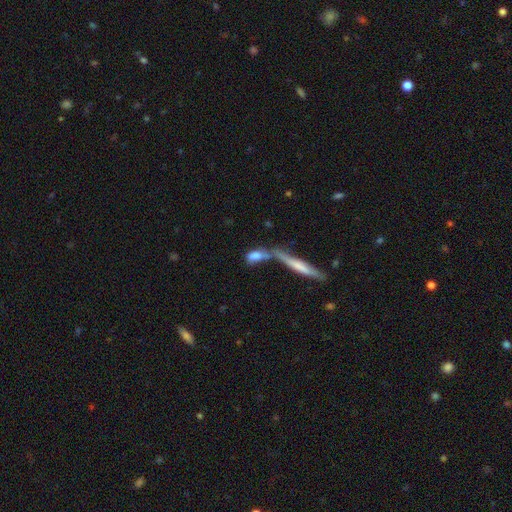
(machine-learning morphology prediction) Q: Smooth or featured?
A: smooth (70%); runner-up: featured or disk (22%)
Q: How rounded?
A: in between (60%); runner-up: cigar-shaped (34%)
Q: Merging?
A: merger (52%); runner-up: none (28%)